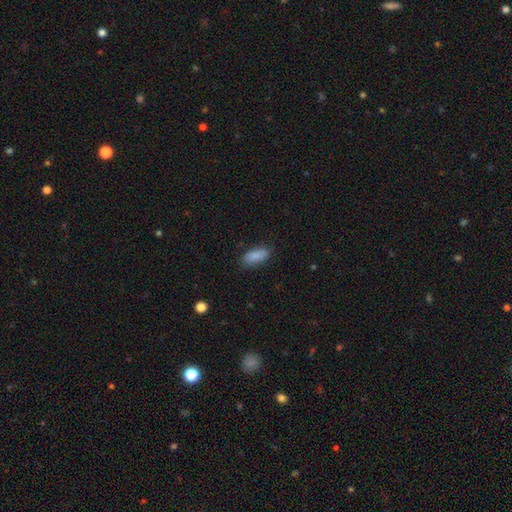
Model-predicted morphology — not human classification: Overall: smooth (87%). How rounded: in between (81%). Merging: none (81%).